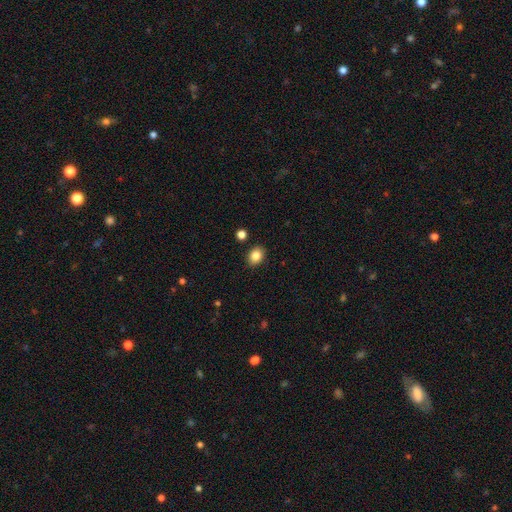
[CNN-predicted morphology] Smooth or featured: smooth — 85% (star or artifact — 10%)
How rounded: in between — 56% (round — 43%)
Merging: none — 87% (minor disturbance — 8%)